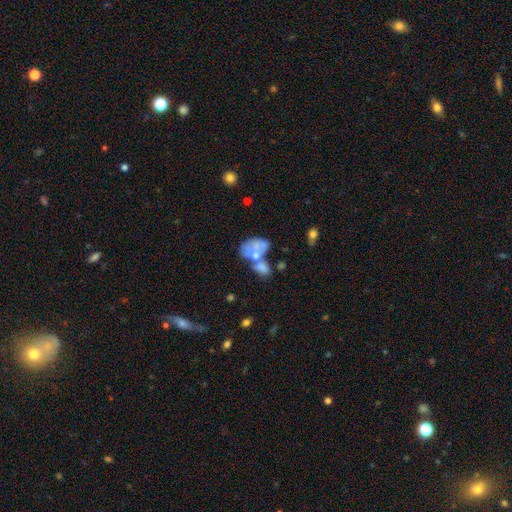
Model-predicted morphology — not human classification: A smooth galaxy with no disk features (53%) that is in between round and cigar-shaped (80%). Merging: merger (51%).